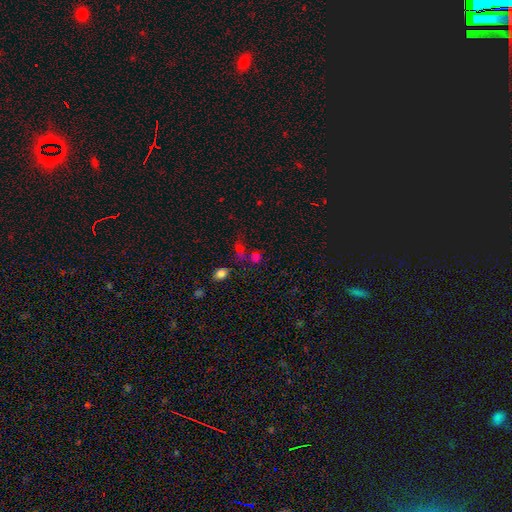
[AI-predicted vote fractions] Smooth or featured?
  - smooth: 59% *
  - star or artifact: 31%
  - featured or disk: 9%
How rounded?
  - round: 70% *
  - in between: 28%
  - cigar-shaped: 3%
Merging?
  - none: 51% *
  - merger: 28%
  - minor disturbance: 11%
  - major disturbance: 10%